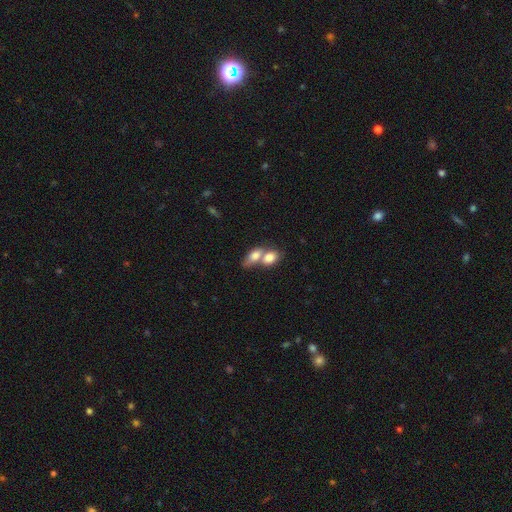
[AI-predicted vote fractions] smooth_or_featured: smooth (p=0.77) [alt: featured or disk p=0.16]
how_rounded: in between (p=0.81) [alt: round p=0.15]
merging: merger (p=0.72) [alt: none p=0.18]